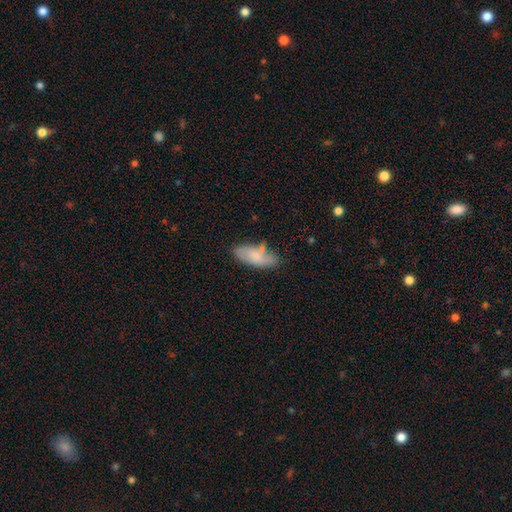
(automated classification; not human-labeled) Morphology: type=smooth (76%); roundness=in between (79%); merging=none (59%).